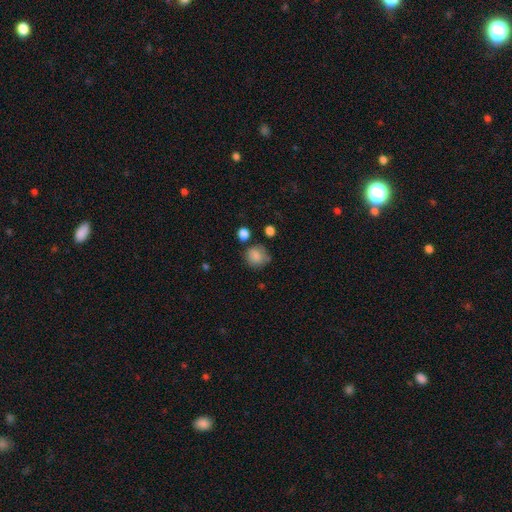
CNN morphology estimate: Overall: smooth (81%). How rounded: round (78%). Merging: none (64%).